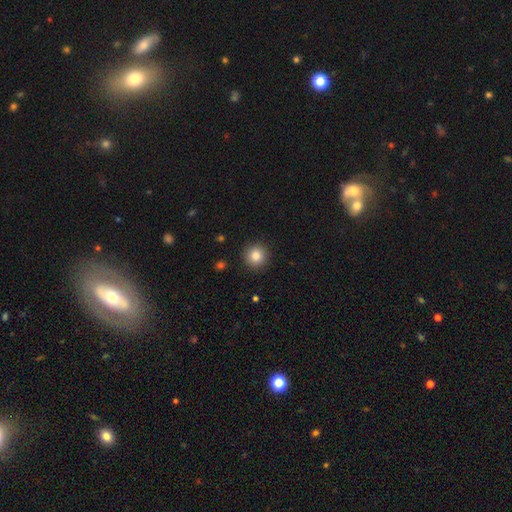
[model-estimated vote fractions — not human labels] A smooth galaxy with no disk features (84%) that is round (95%).

Vote fractions:
- Smooth or featured? smooth: 84% / star or artifact: 10% / featured or disk: 6%
- How rounded? round: 95% / in between: 4% / cigar-shaped: 1%
- Merging? none: 92% / minor disturbance: 5% / major disturbance: 2% / merger: 1%